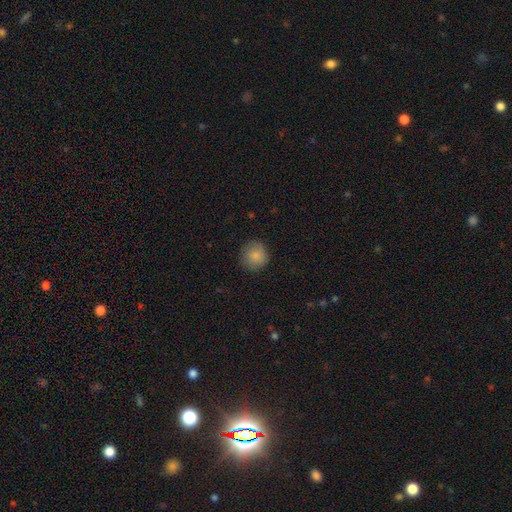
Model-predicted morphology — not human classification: smooth_or_featured: smooth (p=0.86) [alt: star or artifact p=0.08]
how_rounded: round (p=0.92) [alt: in between p=0.07]
merging: none (p=0.85) [alt: minor disturbance p=0.11]